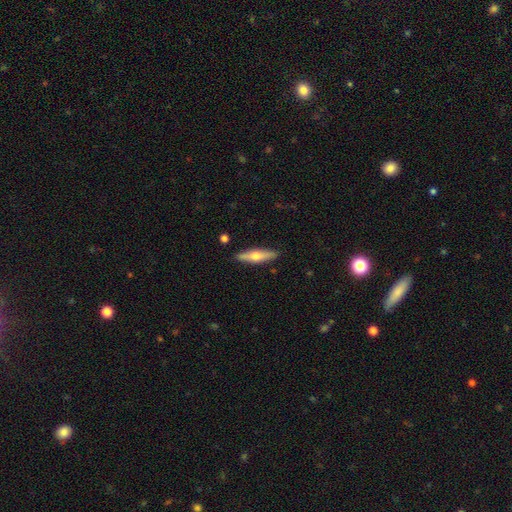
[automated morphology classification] type=featured or disk (50%); merging=none (88%).